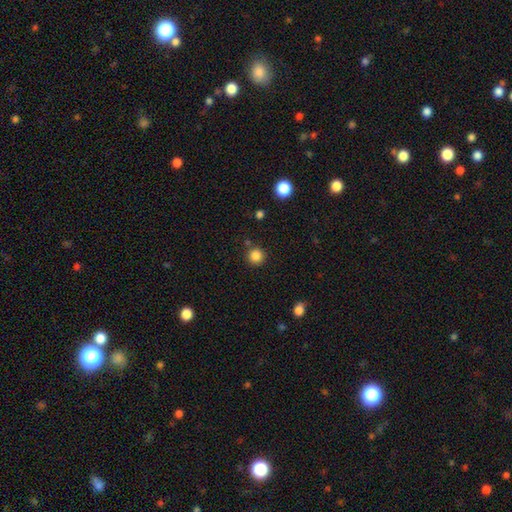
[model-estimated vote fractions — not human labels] This appears to be a smooth galaxy with no disk features (85%) that is round (94%). Merging: none (86%).